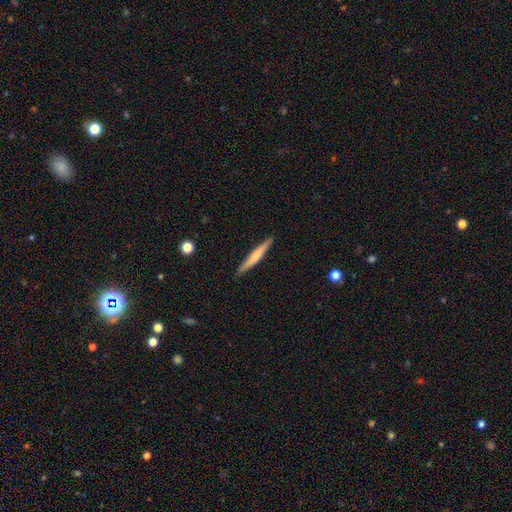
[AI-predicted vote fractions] This appears to be a smooth galaxy with no disk features (50%) that is cigar-shaped (95%). Merging: none (90%).